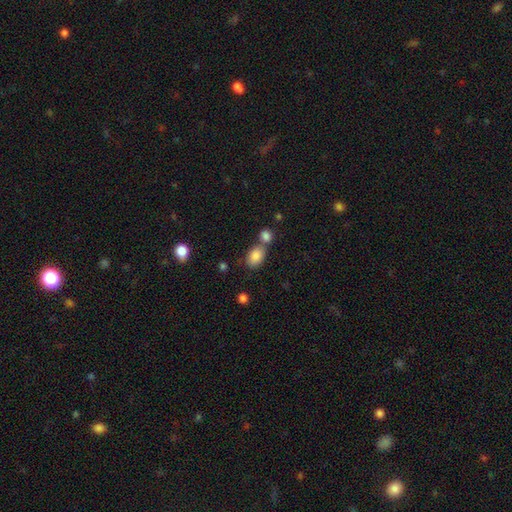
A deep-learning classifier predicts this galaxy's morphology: Smooth or featured? Predicted: smooth (p=0.85). How rounded? Predicted: in between (p=0.82). Merging? Predicted: none (p=0.51).